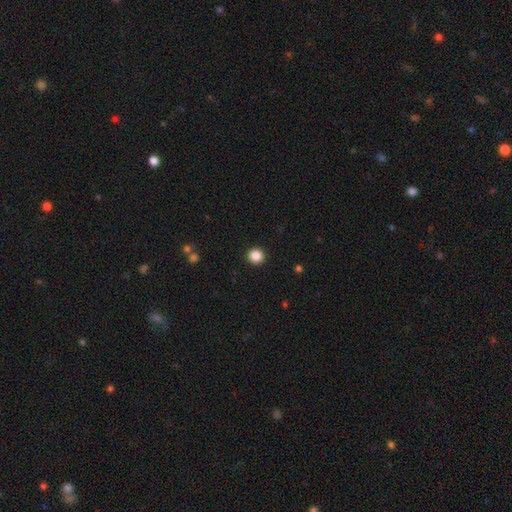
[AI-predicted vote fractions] A smooth galaxy with no disk features (86%) that is round (96%).

Vote fractions:
- Smooth or featured? smooth: 86% / star or artifact: 10% / featured or disk: 3%
- How rounded? round: 96% / in between: 4% / cigar-shaped: 1%
- Merging? none: 93% / minor disturbance: 4% / major disturbance: 2% / merger: 1%